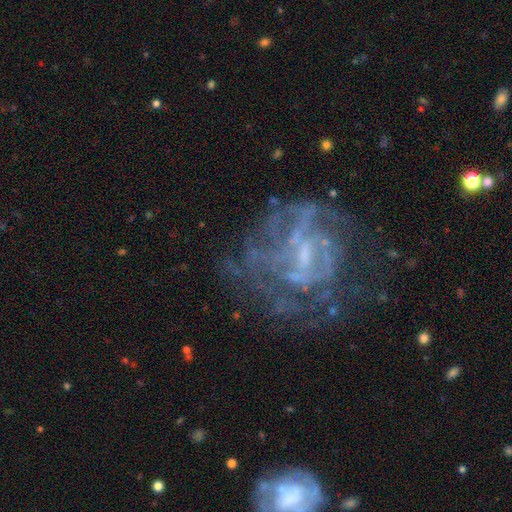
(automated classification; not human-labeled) Q: Smooth or featured?
A: featured or disk (72%); runner-up: star or artifact (18%)
Q: Edge-on disk?
A: no (97%); runner-up: yes (3%)
Q: Bar?
A: weak (44%); runner-up: no (39%)
Q: Spiral arms?
A: yes (68%); runner-up: no (32%)
Q: Bulge size?
A: small (54%); runner-up: none (27%)
Q: Merging?
A: none (56%); runner-up: major disturbance (24%)